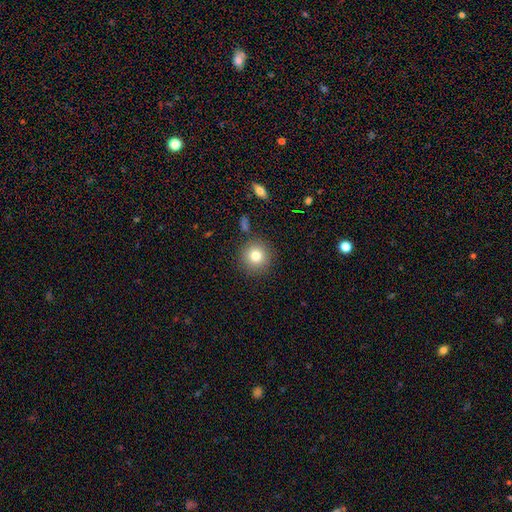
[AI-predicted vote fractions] Overall: smooth (80%). How rounded: round (94%). Merging: none (86%).